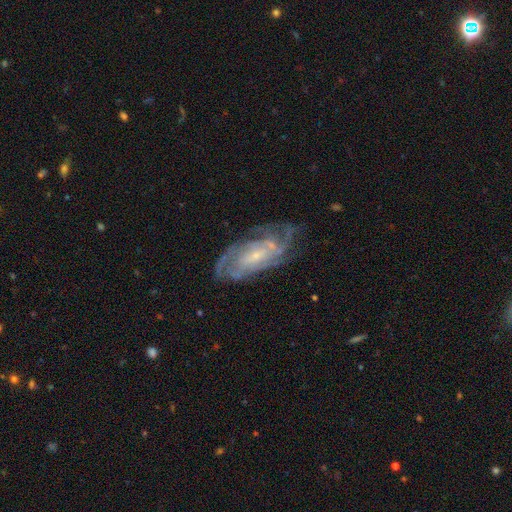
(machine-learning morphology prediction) This appears to be a featured or disk galaxy (84%) with no bar (49%), tight (57%) spiral arms (93%) and a small central bulge (69%). Merging: none (67%).